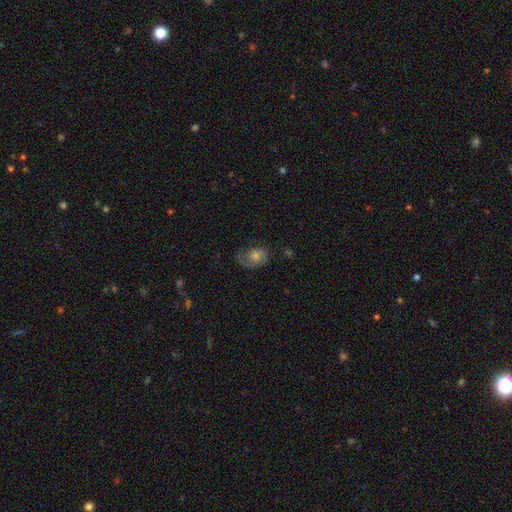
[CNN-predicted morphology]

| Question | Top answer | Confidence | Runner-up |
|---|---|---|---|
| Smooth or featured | featured or disk | 49% | smooth (37%) |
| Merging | none | 56% | minor disturbance (25%) |